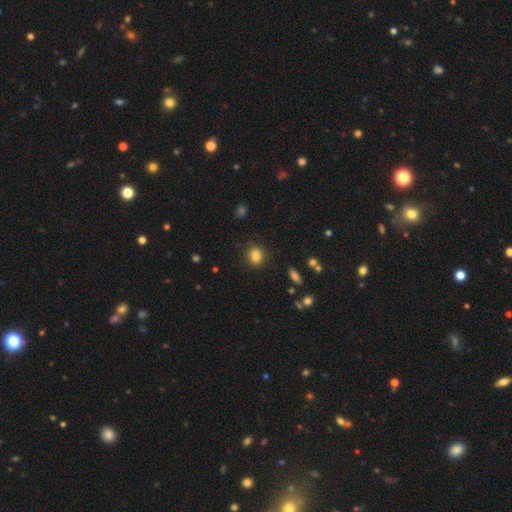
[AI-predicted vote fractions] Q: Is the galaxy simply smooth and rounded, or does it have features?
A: smooth — 85%.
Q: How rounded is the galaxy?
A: round — 72%.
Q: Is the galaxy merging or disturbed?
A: none — 87%.